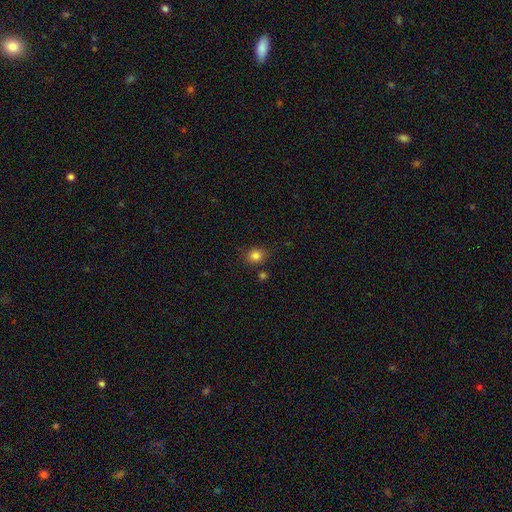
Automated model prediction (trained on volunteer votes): Overall: smooth (83%). How rounded: round (72%). Merging: none (80%).